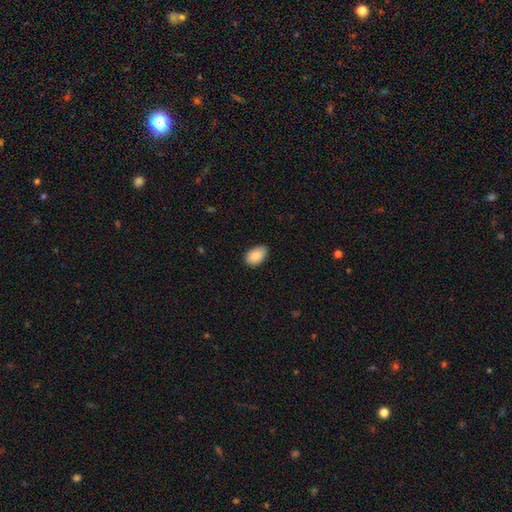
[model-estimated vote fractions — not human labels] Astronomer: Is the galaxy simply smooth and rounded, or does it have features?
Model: smooth — 88%.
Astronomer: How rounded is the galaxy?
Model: in between — 89%.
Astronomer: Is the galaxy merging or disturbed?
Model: none — 80%.